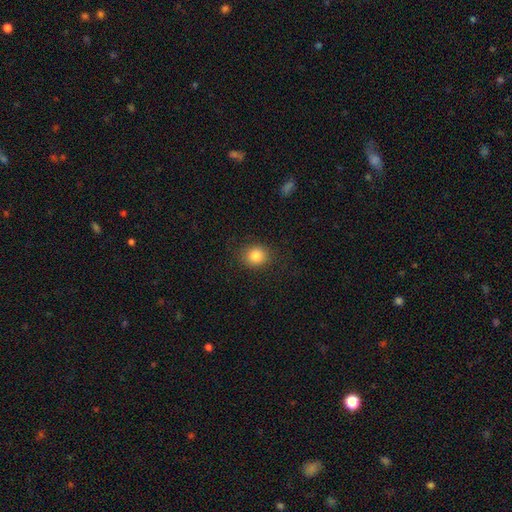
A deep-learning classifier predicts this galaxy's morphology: Smooth or featured? smooth (84%)
How rounded? round (71%)
Merging? none (87%)